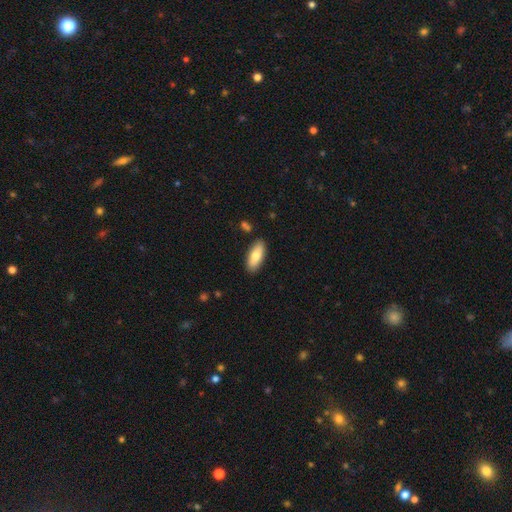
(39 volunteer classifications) smooth_or_featured: smooth (p=0.74) [alt: featured or disk p=0.23]
how_rounded: in between (p=0.66) [alt: cigar-shaped p=0.34]
merging: none (p=0.92) [alt: minor disturbance p=0.08]